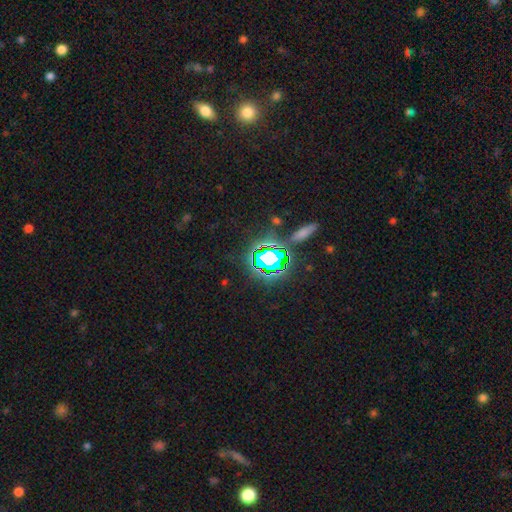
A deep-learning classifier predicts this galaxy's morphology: Smooth or featured: star or artifact — 78% (smooth — 14%)